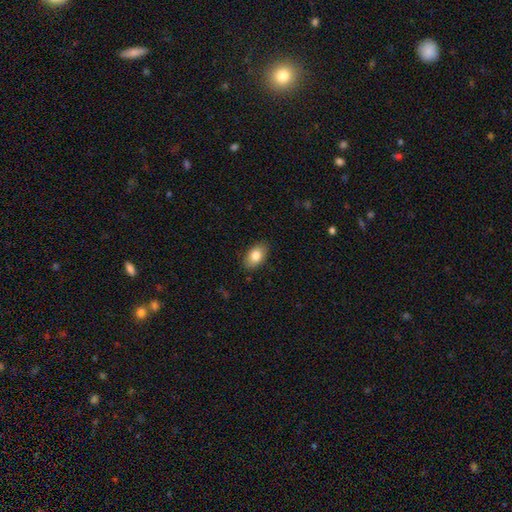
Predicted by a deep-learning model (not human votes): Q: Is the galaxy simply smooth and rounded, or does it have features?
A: smooth — 83%.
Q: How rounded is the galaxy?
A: in between — 91%.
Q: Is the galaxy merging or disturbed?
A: none — 87%.